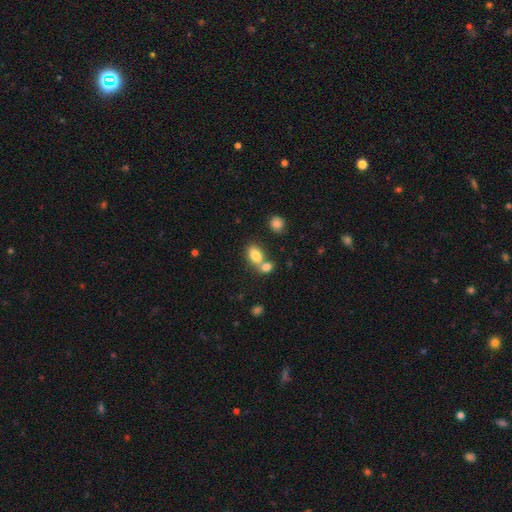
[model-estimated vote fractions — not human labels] The model was most divided on "merging": merger: 46%, none: 41%, minor disturbance: 9%, major disturbance: 3%. More confident: how rounded — in between (83%); smooth or featured — smooth (80%).